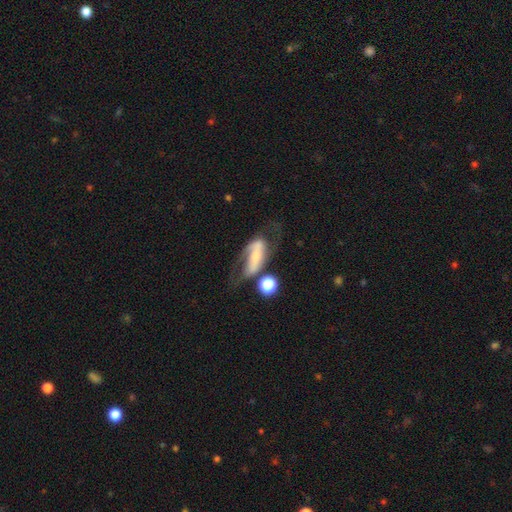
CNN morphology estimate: A featured or disk galaxy (60%) with no bar (40%), spiral arms (75%) and a small central bulge (47%). Merging: none (34%).